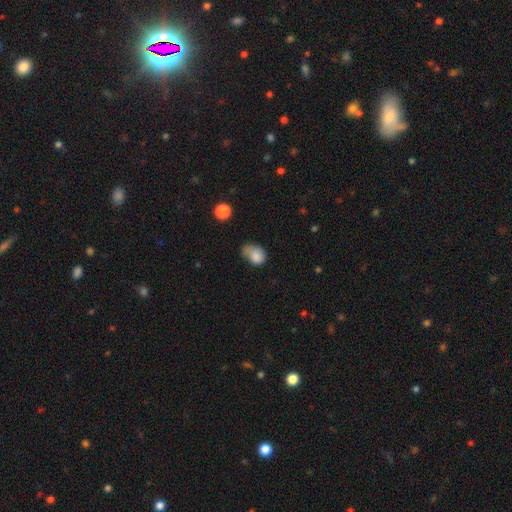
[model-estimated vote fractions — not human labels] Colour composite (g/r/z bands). It shows a smooth galaxy with no disk features (80%) that is in between round and cigar-shaped (64%). Merging: minor disturbance (38%).